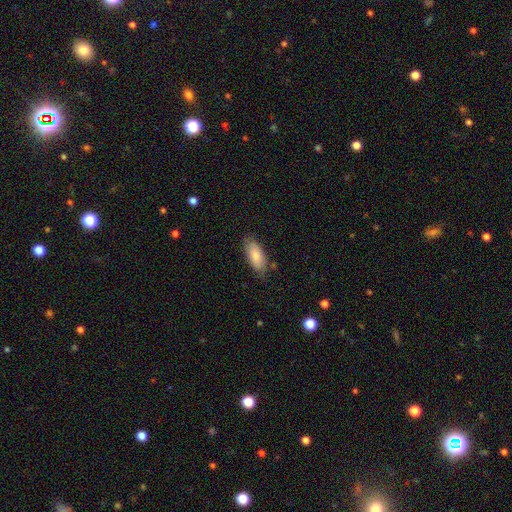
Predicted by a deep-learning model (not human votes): Smooth or featured?
  - smooth: 81% *
  - featured or disk: 13%
  - star or artifact: 6%
How rounded?
  - in between: 84% *
  - cigar-shaped: 14%
  - round: 2%
Merging?
  - none: 76% *
  - minor disturbance: 18%
  - major disturbance: 3%
  - merger: 2%